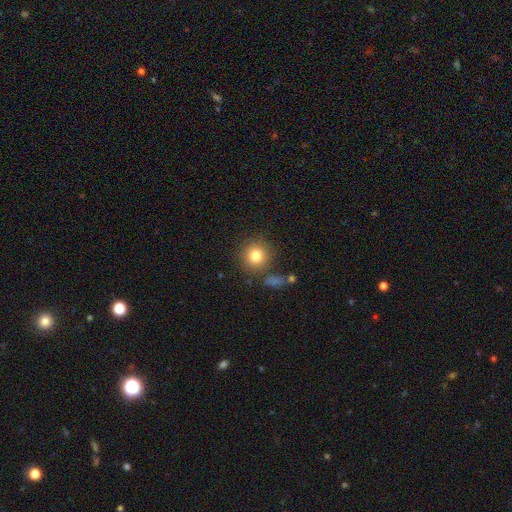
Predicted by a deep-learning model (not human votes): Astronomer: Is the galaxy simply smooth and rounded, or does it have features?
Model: smooth — 81%.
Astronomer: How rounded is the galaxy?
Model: round — 92%.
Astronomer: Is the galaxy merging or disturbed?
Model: none — 81%.